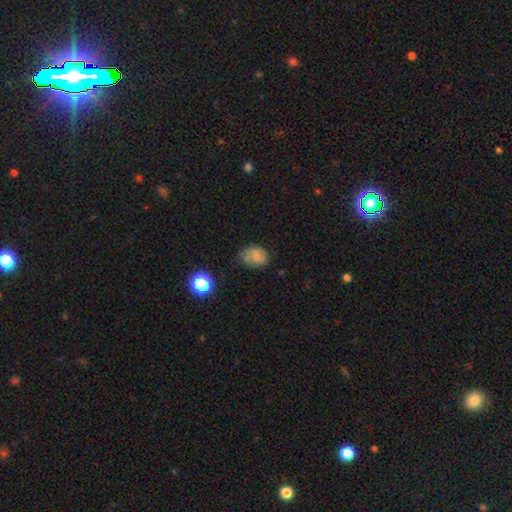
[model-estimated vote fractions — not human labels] Smooth or featured? Predicted: smooth (p=0.67). How rounded? Predicted: in between (p=0.58). Merging? Predicted: none (p=0.62).